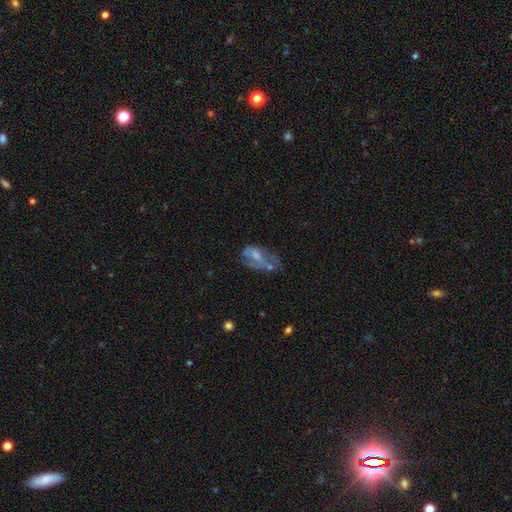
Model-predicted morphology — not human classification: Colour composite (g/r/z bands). It shows a featured or disk galaxy (58%) with no bar (54%), no spiral arms (50%, tied with yes) and a small central bulge (39%, tied with moderate). Merging: major disturbance (38%).